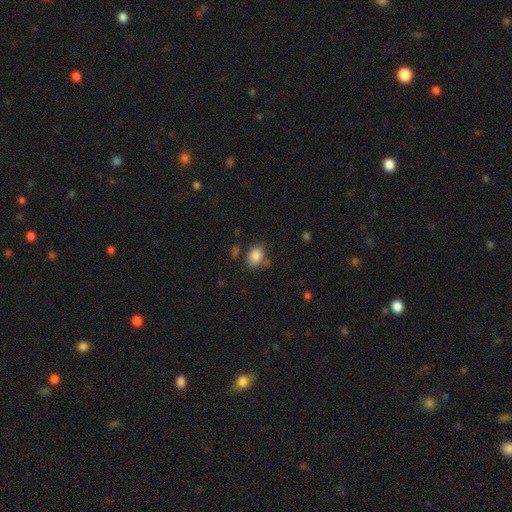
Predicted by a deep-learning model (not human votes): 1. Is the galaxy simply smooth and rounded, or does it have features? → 85% smooth, 9% star or artifact, 6% featured or disk.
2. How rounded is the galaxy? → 76% in between, 23% round, 1% cigar-shaped.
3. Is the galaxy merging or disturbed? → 67% none, 20% minor disturbance, 7% merger, 6% major disturbance.